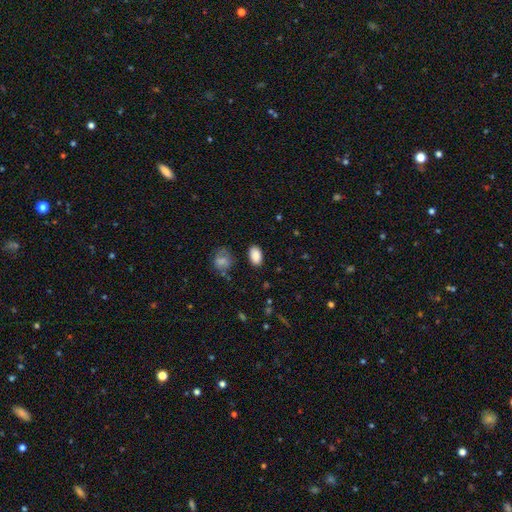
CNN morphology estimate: The model was most divided on "merging": none: 84%, minor disturbance: 11%, major disturbance: 3%, merger: 2%. More confident: how rounded — in between (91%); smooth or featured — smooth (88%).